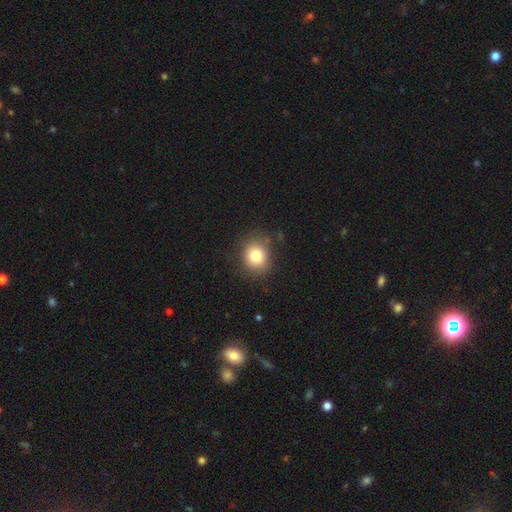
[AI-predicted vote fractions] smooth 80%, star or artifact 11%, featured or disk 10%. Down the decision tree: how rounded — round (72%); merging — none (80%).